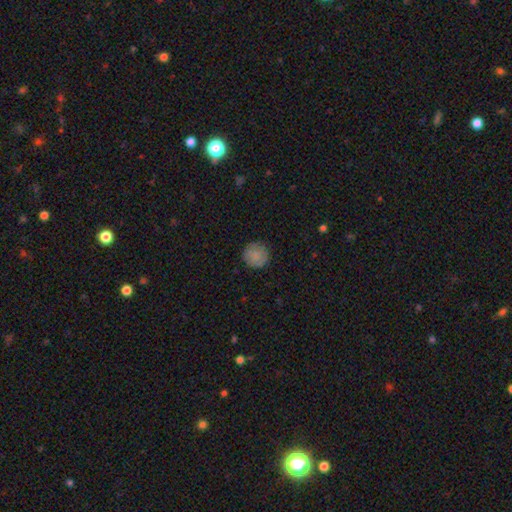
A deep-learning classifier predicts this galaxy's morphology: The model was most divided on "merging": none: 86%, minor disturbance: 11%, major disturbance: 3%, merger: 1%. More confident: how rounded — round (94%); smooth or featured — smooth (85%).